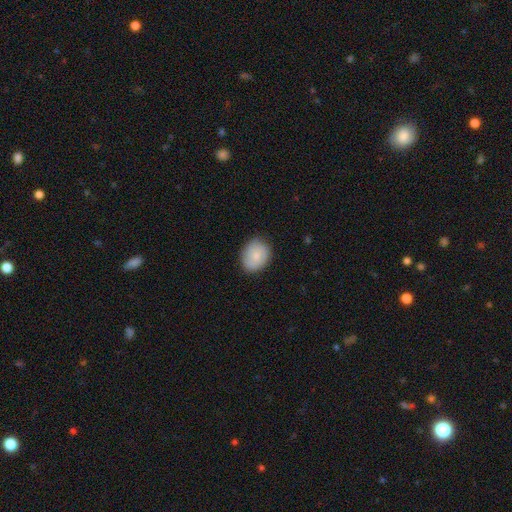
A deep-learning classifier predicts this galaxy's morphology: A smooth galaxy with no disk features (74%) that is round (55%).

Vote fractions:
- Smooth or featured? smooth: 74% / featured or disk: 19% / star or artifact: 7%
- How rounded? round: 55% / in between: 44% / cigar-shaped: 1%
- Merging? none: 81% / minor disturbance: 15% / major disturbance: 3% / merger: 1%